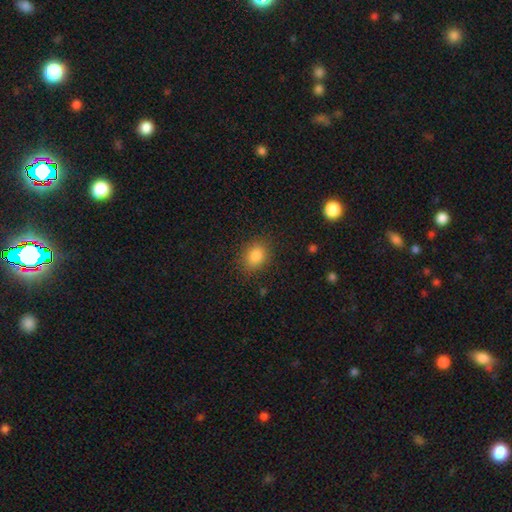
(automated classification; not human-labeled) This is clearly a smooth galaxy (85%). How rounded: possibly in between (57%). Merging: clearly none (85%).